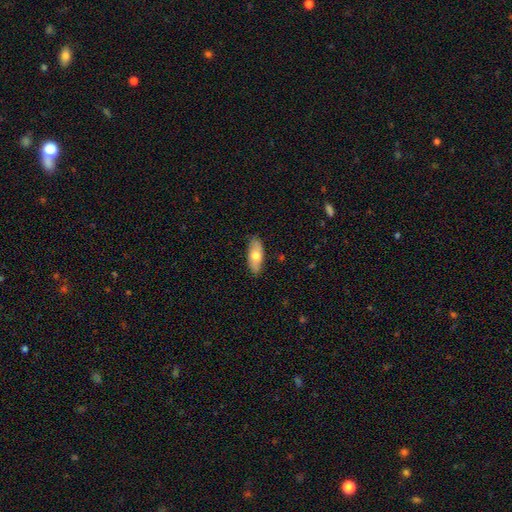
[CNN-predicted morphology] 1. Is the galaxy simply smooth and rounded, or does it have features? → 70% smooth, 24% featured or disk, 6% star or artifact.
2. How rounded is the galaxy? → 82% in between, 16% cigar-shaped, 3% round.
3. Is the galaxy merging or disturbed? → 84% none, 13% minor disturbance, 2% major disturbance, 1% merger.